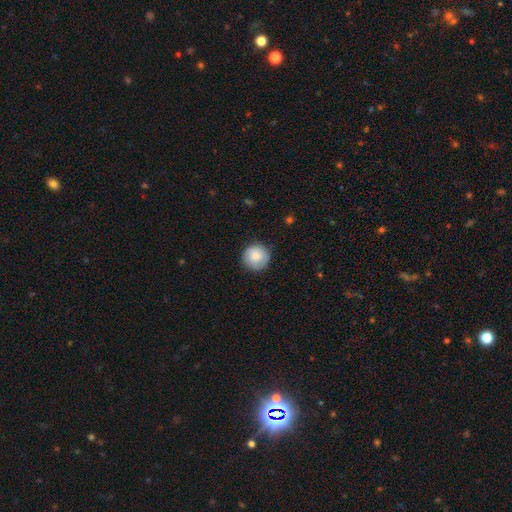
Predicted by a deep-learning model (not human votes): This appears to be a smooth galaxy with no disk features (76%) that is round (94%). Merging: none (84%).